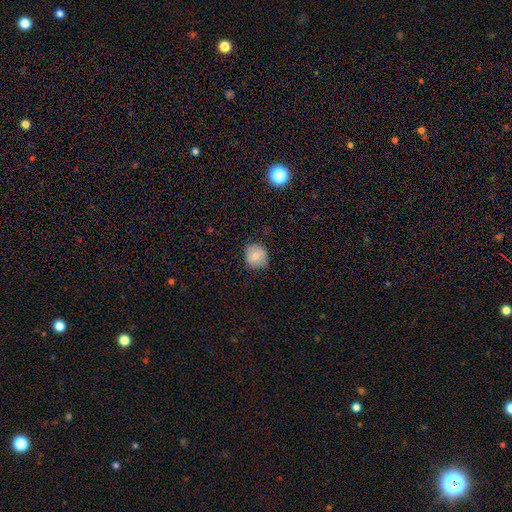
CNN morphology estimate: Smooth or featured?
  - smooth: 72% *
  - featured or disk: 19%
  - star or artifact: 9%
How rounded?
  - round: 79% *
  - in between: 20%
  - cigar-shaped: 1%
Merging?
  - none: 76% *
  - minor disturbance: 19%
  - major disturbance: 3%
  - merger: 1%